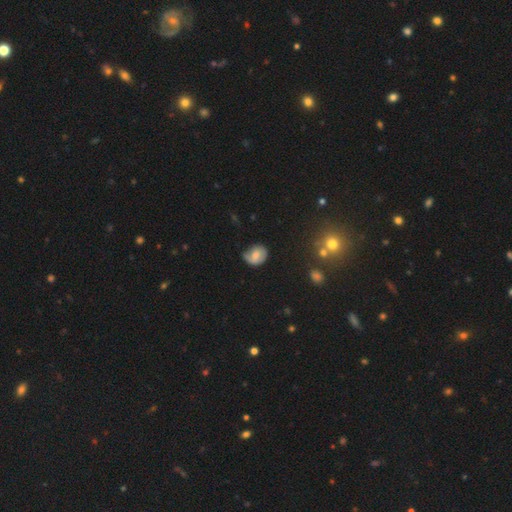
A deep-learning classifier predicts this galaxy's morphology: Overall: smooth (63%; featured or disk 28%). How rounded: round (51%; in between 48%). Merging: none (48%; minor disturbance 37%).